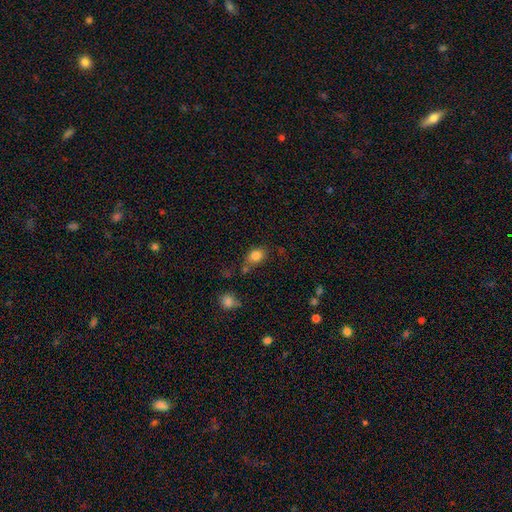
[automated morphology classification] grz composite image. It shows a smooth galaxy with no disk features (83%) that is in between round and cigar-shaped (63%). Merging: none (60%).